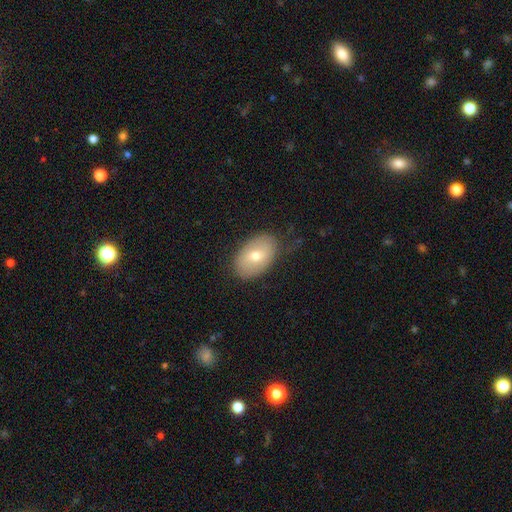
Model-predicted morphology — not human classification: This is likely a smooth galaxy (66%). How rounded: clearly in between (88%). Merging: likely none (78%).